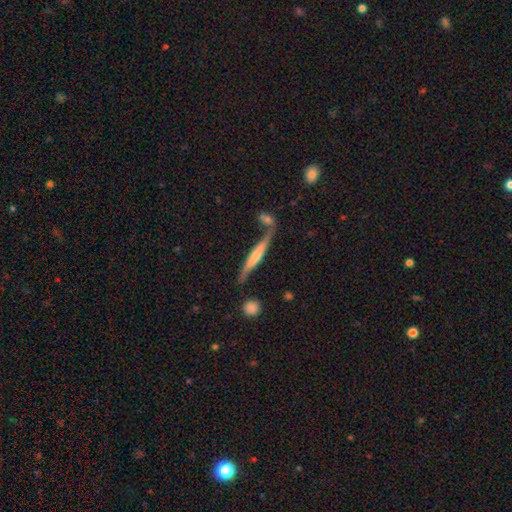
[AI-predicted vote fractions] Smooth or featured: featured or disk — 53% (smooth — 41%)
Edge-on disk: yes — 86% (no — 14%)
Merging: none — 55% (merger — 20%)